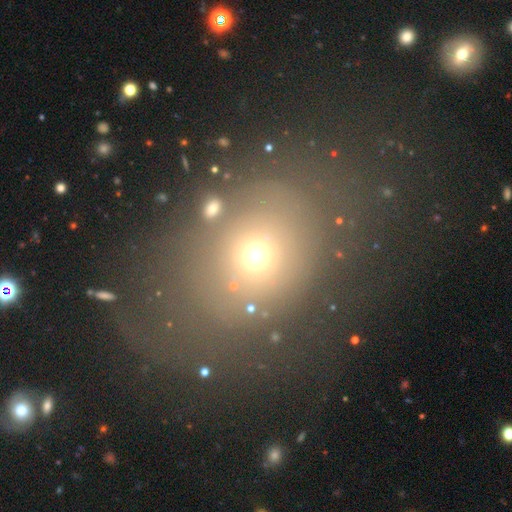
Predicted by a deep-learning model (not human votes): smooth-or-featured: smooth: 60% | star or artifact: 23% | featured or disk: 17%
  how-rounded: round: 57% | in between: 41% | cigar-shaped: 1%
  merging: none: 60% | major disturbance: 19% | minor disturbance: 16% | merger: 6%